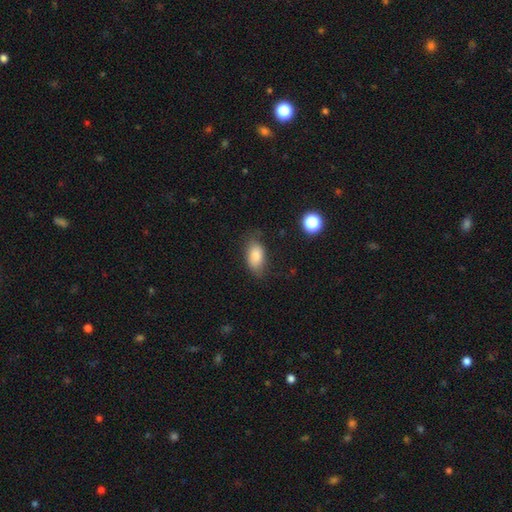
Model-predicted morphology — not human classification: The model was most divided on "merging": none: 70%, minor disturbance: 22%, major disturbance: 6%, merger: 2%. More confident: how rounded — in between (91%); smooth or featured — smooth (84%).